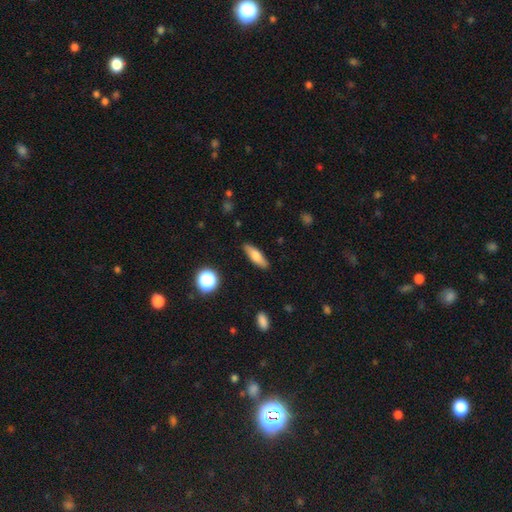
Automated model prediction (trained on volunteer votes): Morphology: type=smooth (69%); roundness=cigar-shaped (53%); merging=none (87%).